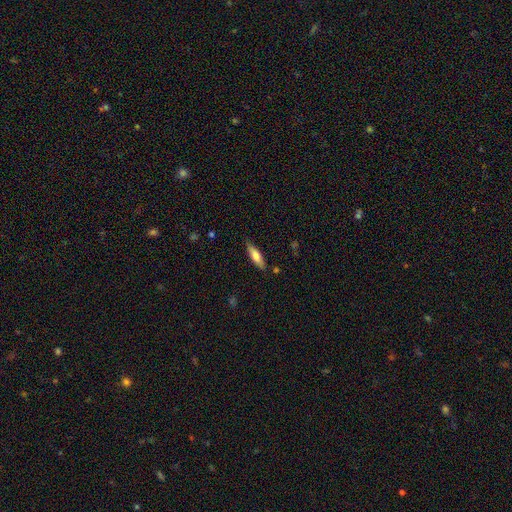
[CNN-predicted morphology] smooth_or_featured: smooth (p=0.68) [alt: featured or disk p=0.26]
how_rounded: cigar-shaped (p=0.63) [alt: in between p=0.35]
merging: none (p=0.82) [alt: minor disturbance p=0.13]